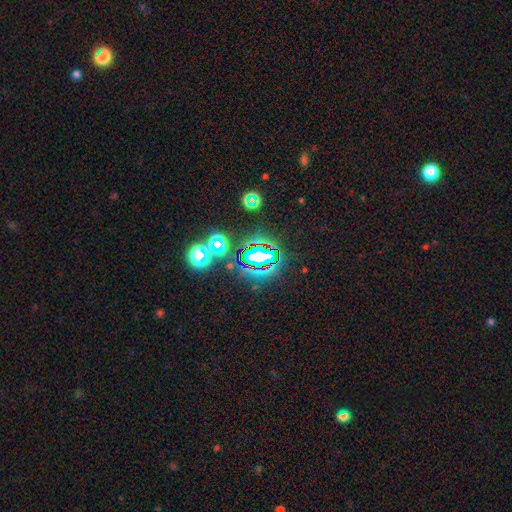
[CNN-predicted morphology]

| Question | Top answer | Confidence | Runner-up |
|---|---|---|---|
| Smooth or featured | star or artifact | 74% | smooth (15%) |